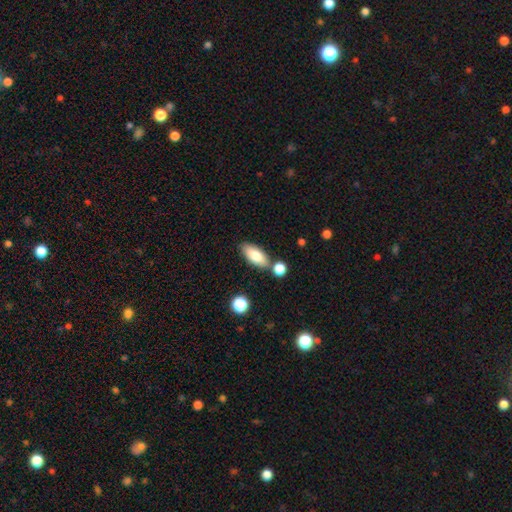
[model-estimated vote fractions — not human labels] Morphology: type=smooth (81%); roundness=in between (82%); merging=none (71%).